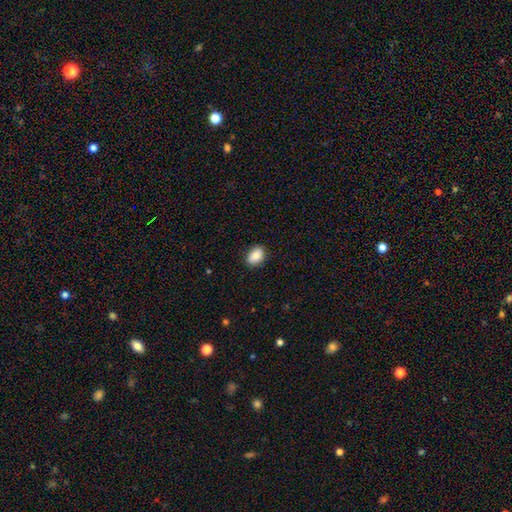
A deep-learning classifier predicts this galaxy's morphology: This appears to be a smooth galaxy with no disk features (85%) that is in between round and cigar-shaped (83%). Merging: none (86%).